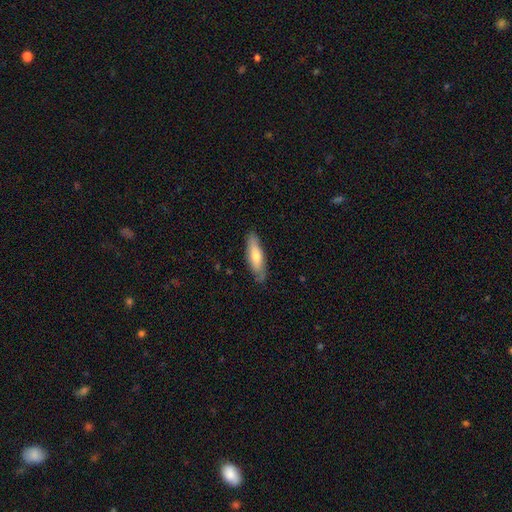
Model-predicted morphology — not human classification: smooth-or-featured: smooth: 57% | featured or disk: 36% | star or artifact: 6%
  how-rounded: cigar-shaped: 66% | in between: 33% | round: 2%
  merging: none: 81% | minor disturbance: 15% | major disturbance: 3% | merger: 1%